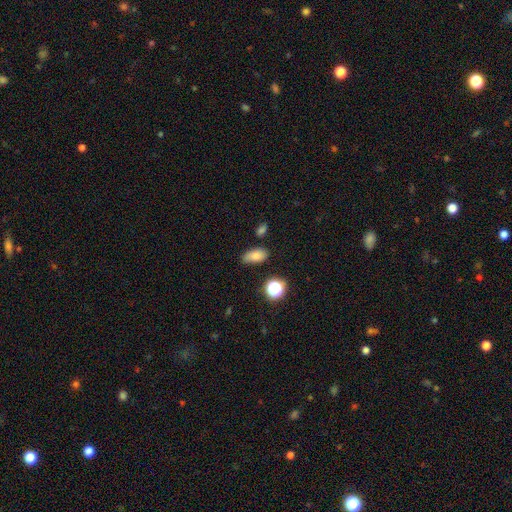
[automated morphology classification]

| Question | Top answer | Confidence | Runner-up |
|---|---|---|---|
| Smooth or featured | smooth | 79% | star or artifact (12%) |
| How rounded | in between | 87% | round (9%) |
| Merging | none | 76% | minor disturbance (16%) |